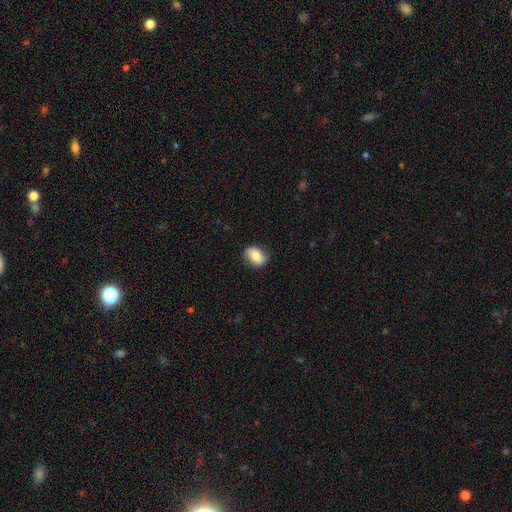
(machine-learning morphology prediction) Smooth or featured? Predicted: smooth (p=0.70). How rounded? Predicted: in between (p=0.71). Merging? Predicted: none (p=0.79).